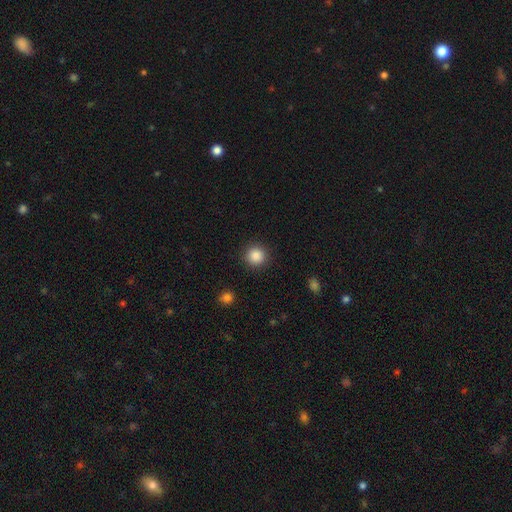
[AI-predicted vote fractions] Q: Smooth or featured?
A: smooth (87%); runner-up: star or artifact (10%)
Q: How rounded?
A: round (94%); runner-up: in between (5%)
Q: Merging?
A: none (91%); runner-up: minor disturbance (5%)